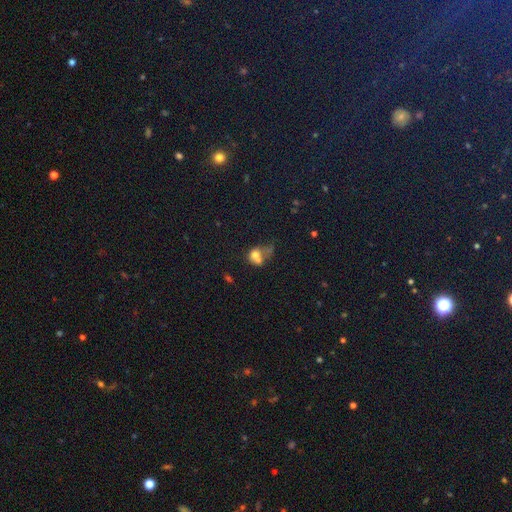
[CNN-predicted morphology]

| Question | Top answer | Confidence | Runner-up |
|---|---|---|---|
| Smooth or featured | smooth | 67% | featured or disk (21%) |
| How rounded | round | 58% | in between (41%) |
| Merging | merger | 56% | none (20%) |